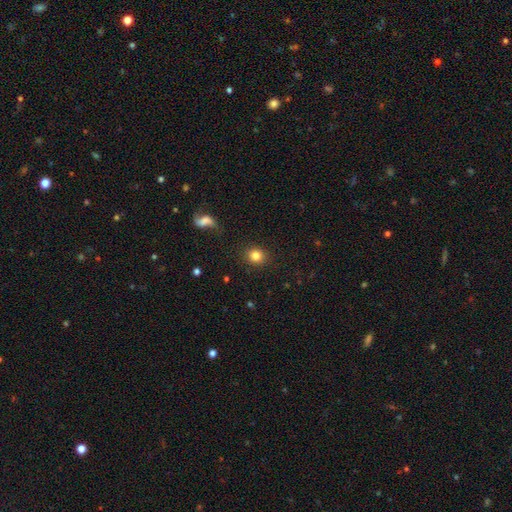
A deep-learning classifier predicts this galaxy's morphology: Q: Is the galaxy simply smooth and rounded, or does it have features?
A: smooth — 83%.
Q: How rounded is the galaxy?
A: round — 81%.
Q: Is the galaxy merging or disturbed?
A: none — 89%.